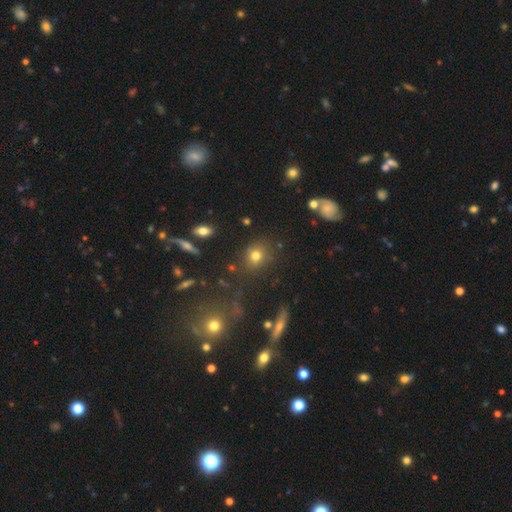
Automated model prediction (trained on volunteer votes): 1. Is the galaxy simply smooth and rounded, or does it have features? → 74% smooth, 17% star or artifact, 9% featured or disk.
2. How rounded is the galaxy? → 71% round, 27% in between, 2% cigar-shaped.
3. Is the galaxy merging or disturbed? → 79% none, 12% minor disturbance, 5% merger, 4% major disturbance.